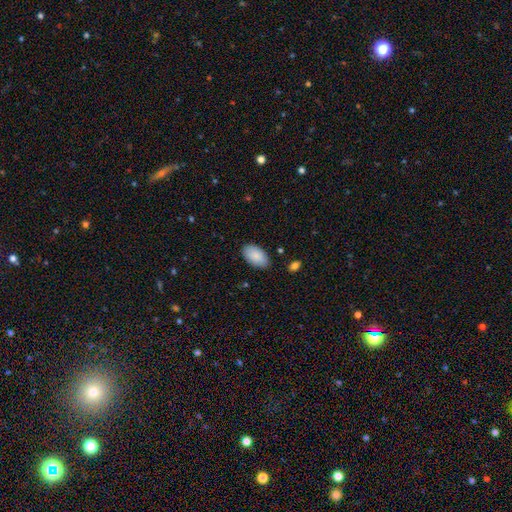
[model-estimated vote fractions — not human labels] A smooth galaxy with no disk features (88%) that is in between round and cigar-shaped (95%).

Vote fractions:
- Smooth or featured? smooth: 88% / star or artifact: 6% / featured or disk: 6%
- How rounded? in between: 95% / round: 3% / cigar-shaped: 1%
- Merging? none: 86% / minor disturbance: 11% / major disturbance: 2% / merger: 1%